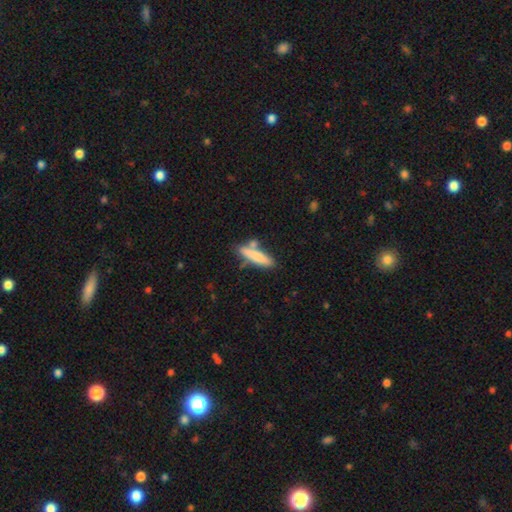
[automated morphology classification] This appears to be a smooth galaxy with no disk features (77%) that is cigar-shaped (81%). Merging: none (64%).